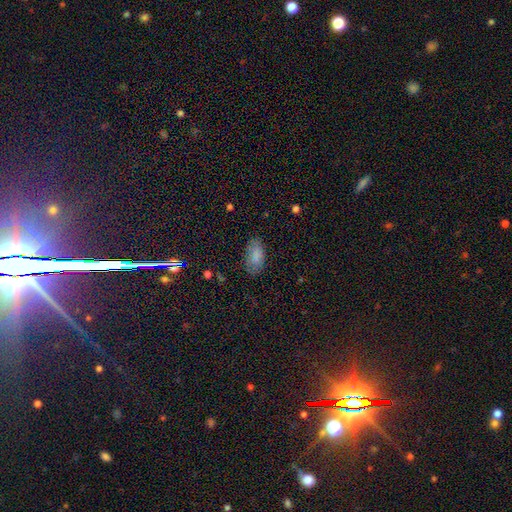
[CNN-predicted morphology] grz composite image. It shows a smooth galaxy with no disk features (81%) that is in between round and cigar-shaped (94%). Merging: none (77%).